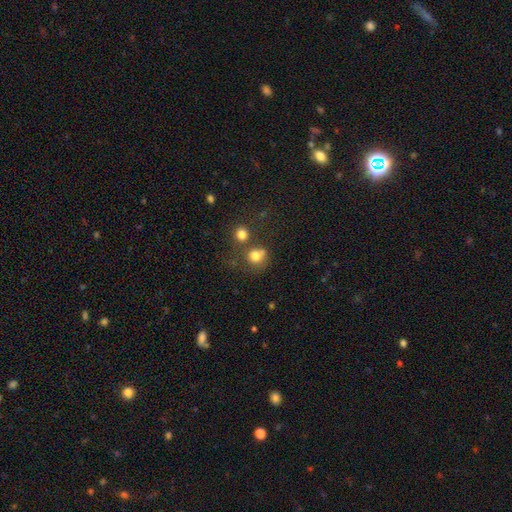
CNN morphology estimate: The model was most divided on "merging": none: 48%, merger: 32%, minor disturbance: 12%, major disturbance: 7%. More confident: how rounded — round (81%); smooth or featured — smooth (77%).